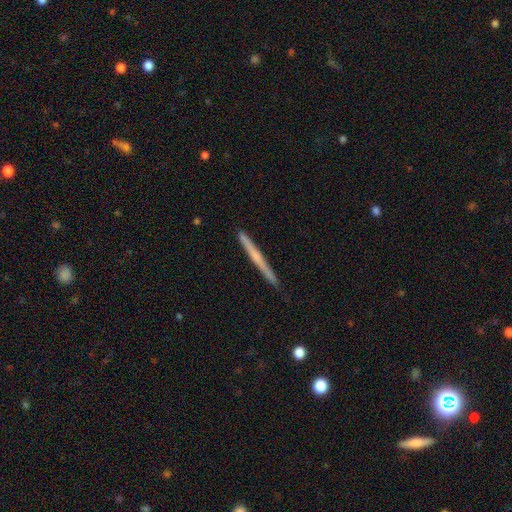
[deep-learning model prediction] smooth_or_featured: featured or disk (p=0.58) [alt: smooth p=0.37]
disk_edge_on: yes (p=0.98) [alt: no p=0.02]
edge_on_bulge: none (p=0.59) [alt: rounded p=0.36]
merging: none (p=0.91) [alt: minor disturbance p=0.07]